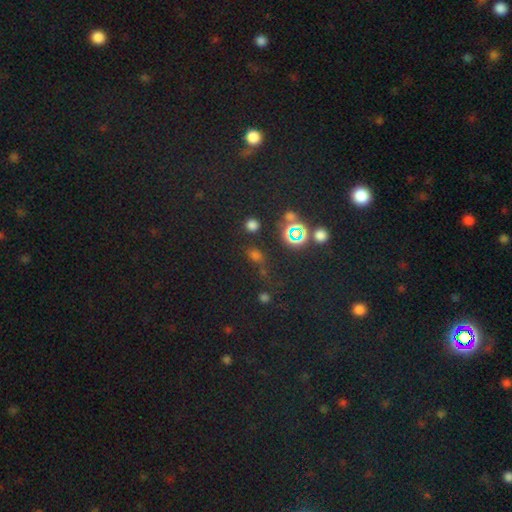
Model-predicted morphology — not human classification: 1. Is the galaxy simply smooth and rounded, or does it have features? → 48% star or artifact, 40% smooth, 11% featured or disk.